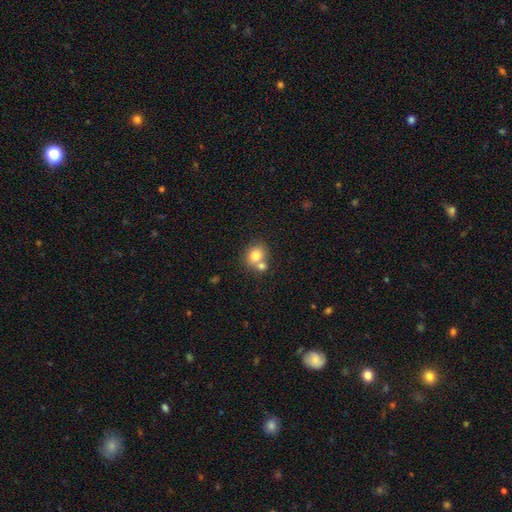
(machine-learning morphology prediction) A smooth galaxy with no disk features (78%) that is round (68%).

Vote fractions:
- Smooth or featured? smooth: 78% / featured or disk: 12% / star or artifact: 10%
- How rounded? round: 68% / in between: 32% / cigar-shaped: 1%
- Merging? none: 46% / merger: 42% / minor disturbance: 9% / major disturbance: 3%